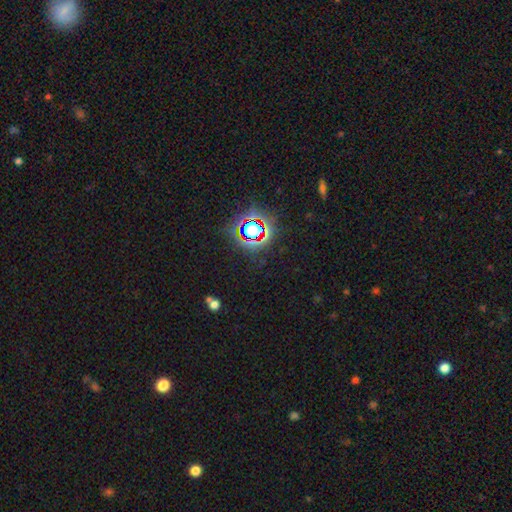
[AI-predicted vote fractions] This is likely a star or artifact rather than a galaxy (79%).